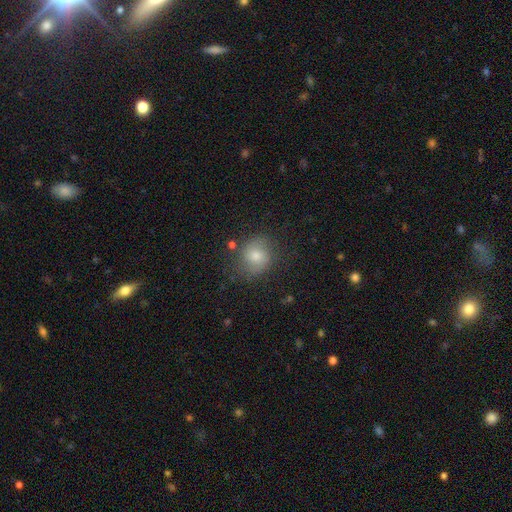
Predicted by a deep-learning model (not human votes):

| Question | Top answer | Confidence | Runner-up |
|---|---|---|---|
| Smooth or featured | smooth | 61% | featured or disk (27%) |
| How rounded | round | 76% | in between (23%) |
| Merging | none | 75% | minor disturbance (17%) |